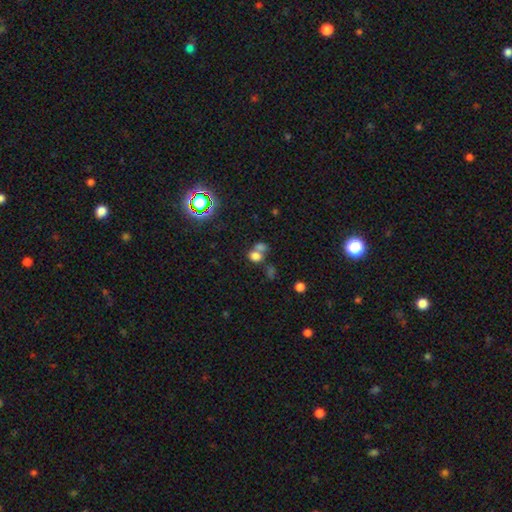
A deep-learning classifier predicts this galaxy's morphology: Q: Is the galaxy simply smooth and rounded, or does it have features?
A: smooth — 70%.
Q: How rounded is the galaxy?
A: in between — 54%.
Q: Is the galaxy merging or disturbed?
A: merger — 53%.